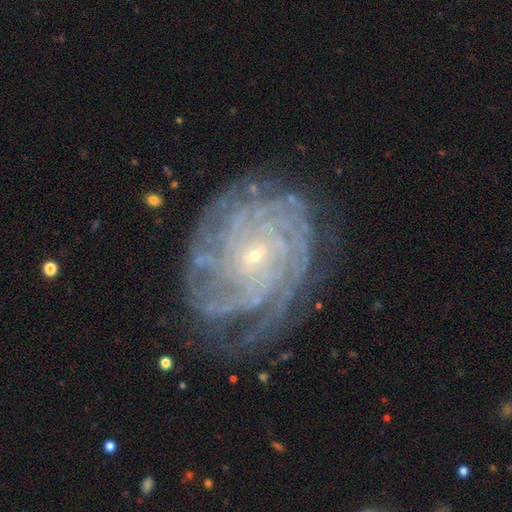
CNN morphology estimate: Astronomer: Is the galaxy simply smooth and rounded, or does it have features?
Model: featured or disk — 89%.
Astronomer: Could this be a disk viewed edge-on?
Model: no — 97%.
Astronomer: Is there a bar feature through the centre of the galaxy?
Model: no — 71%.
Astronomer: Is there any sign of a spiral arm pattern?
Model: yes — 97%.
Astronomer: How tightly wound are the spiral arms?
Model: tight — 79%.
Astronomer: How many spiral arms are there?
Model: more than 4 — 28% (runner-up: can't tell, 25%).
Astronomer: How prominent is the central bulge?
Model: small — 88%.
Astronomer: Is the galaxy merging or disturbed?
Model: none — 74%.